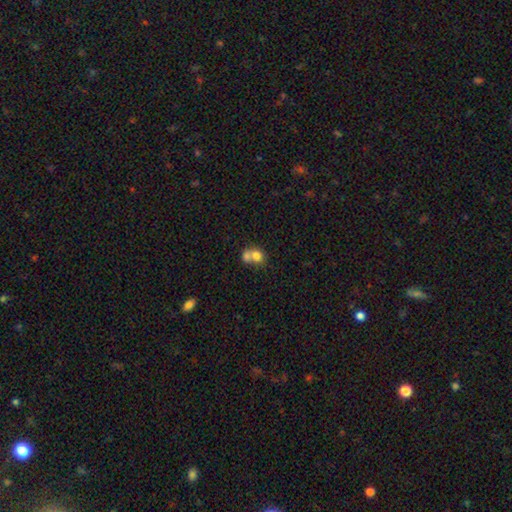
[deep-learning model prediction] A smooth galaxy with no disk features (74%) that is round (67%). Merging: merger (68%).